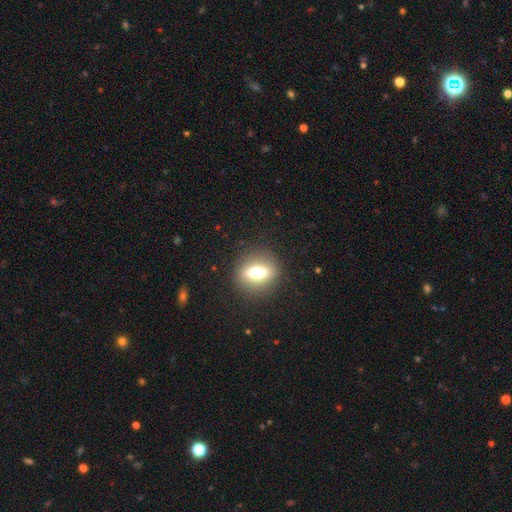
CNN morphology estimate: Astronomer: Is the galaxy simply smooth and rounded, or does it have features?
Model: smooth — 49% (runner-up: featured or disk, 37%).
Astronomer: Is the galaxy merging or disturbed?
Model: none — 88%.